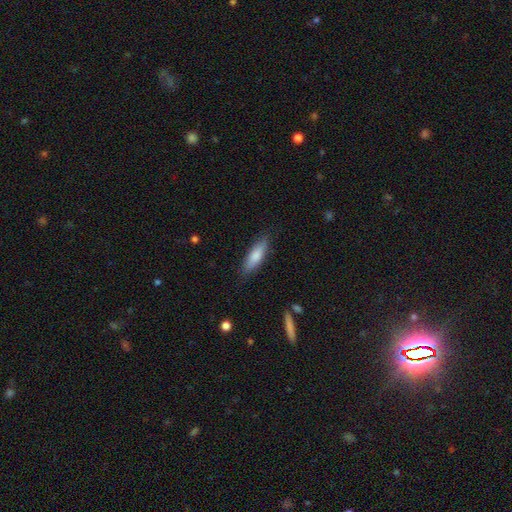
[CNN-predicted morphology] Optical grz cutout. It shows a smooth galaxy with no disk features (79%) that is cigar-shaped (55%). Merging: none (84%).